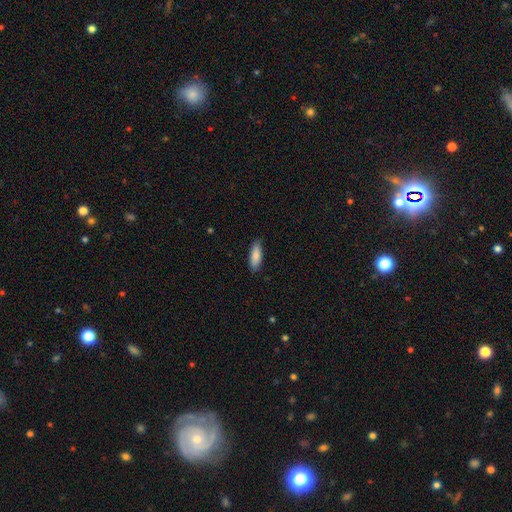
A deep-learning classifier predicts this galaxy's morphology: Smooth or featured?
  - smooth: 85% *
  - featured or disk: 10%
  - star or artifact: 6%
How rounded?
  - in between: 65% *
  - cigar-shaped: 34%
  - round: 2%
Merging?
  - none: 85% *
  - minor disturbance: 12%
  - major disturbance: 2%
  - merger: 1%